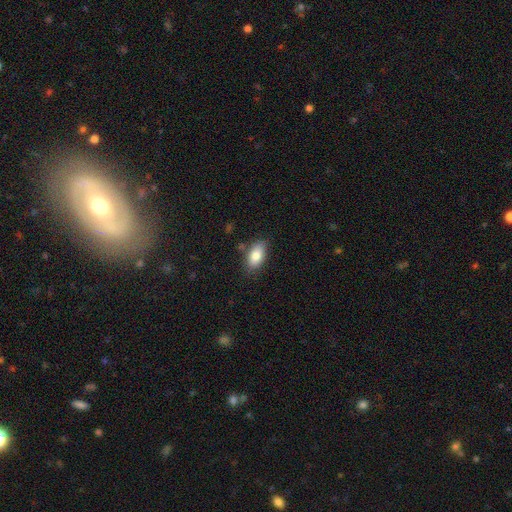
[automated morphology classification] This is clearly a smooth galaxy (83%). How rounded: clearly in between (91%). Merging: clearly none (80%).